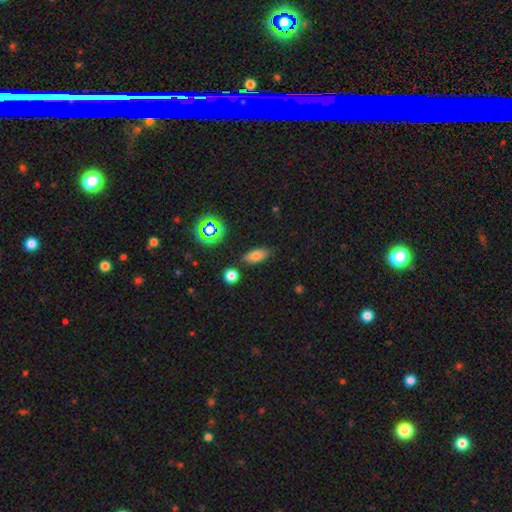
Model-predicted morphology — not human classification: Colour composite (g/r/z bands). It shows a smooth galaxy with no disk features (72%) that is in between round and cigar-shaped (83%). Merging: none (81%).